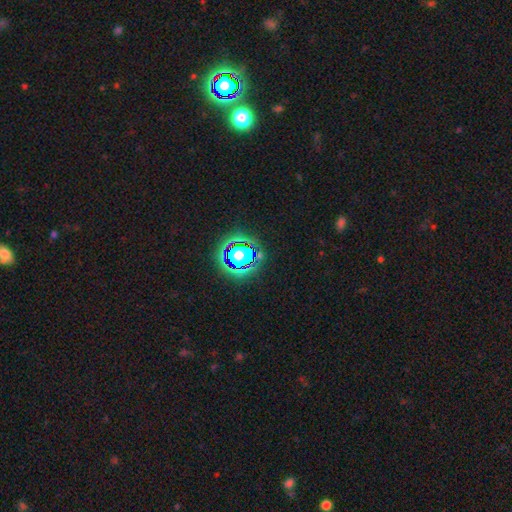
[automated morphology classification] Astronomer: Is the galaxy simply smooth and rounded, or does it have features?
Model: star or artifact — 69%.